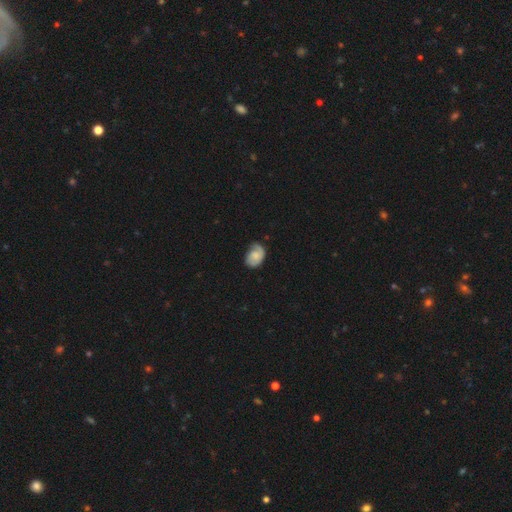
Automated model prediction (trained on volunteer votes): Smooth or featured? Predicted: smooth (p=0.49). Merging? Predicted: none (p=0.55).